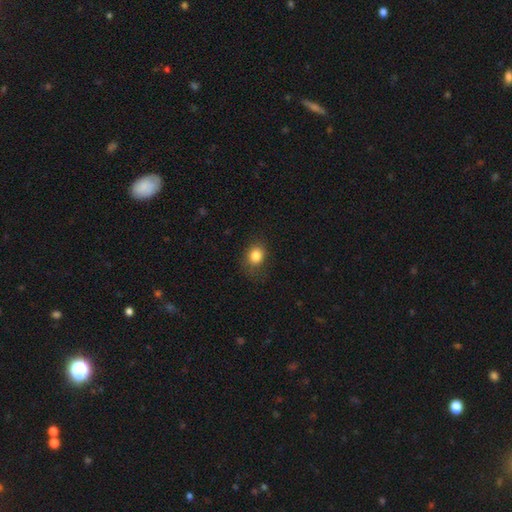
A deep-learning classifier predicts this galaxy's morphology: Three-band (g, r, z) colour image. It shows a smooth galaxy with no disk features (83%) that is round (60%). Merging: none (75%).